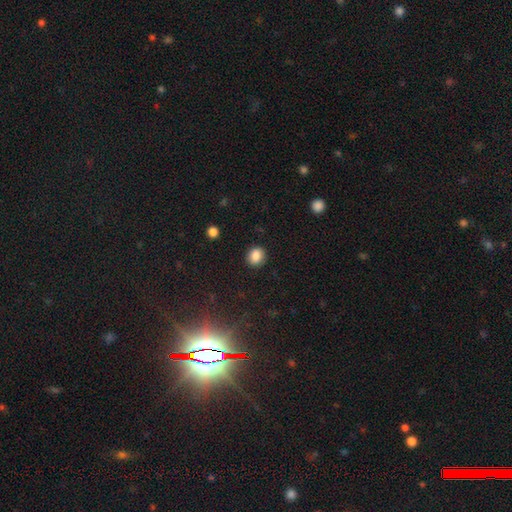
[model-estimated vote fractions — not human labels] Morphology: type=smooth (86%); roundness=round (68%); merging=none (89%).